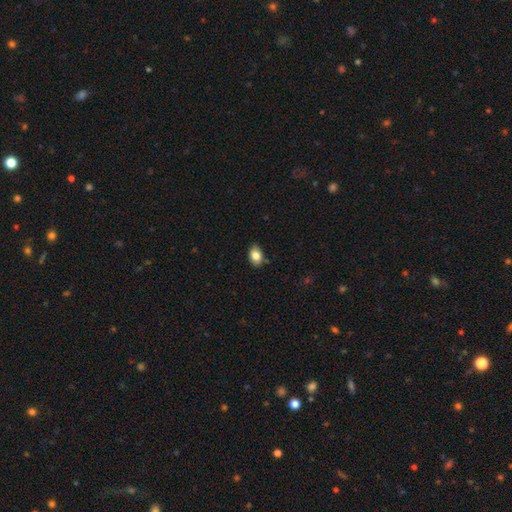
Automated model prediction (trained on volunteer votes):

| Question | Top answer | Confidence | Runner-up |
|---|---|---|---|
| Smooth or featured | smooth | 83% | featured or disk (9%) |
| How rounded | in between | 85% | round (13%) |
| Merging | none | 82% | minor disturbance (14%) |